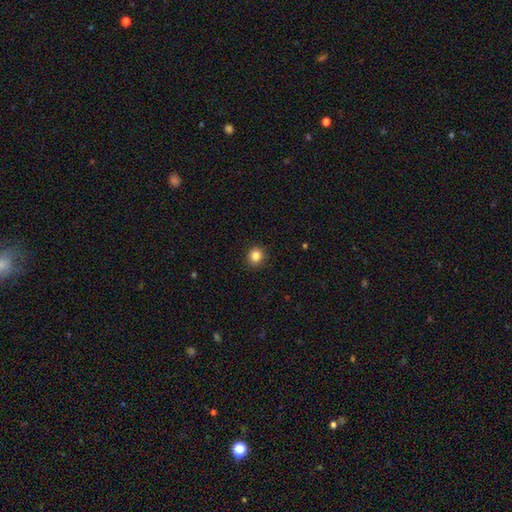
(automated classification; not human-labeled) Overall: smooth (85%). How rounded: round (86%). Merging: none (91%).